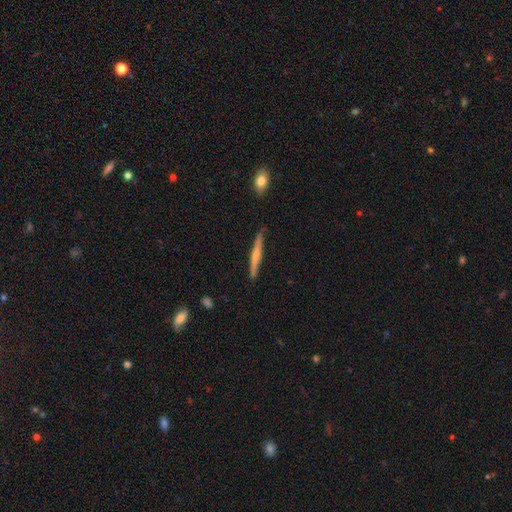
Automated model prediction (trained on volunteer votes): Morphology: type=featured or disk (51%); edge-on=yes (97%); edge-on bulge=rounded (58%); merging=none (88%).